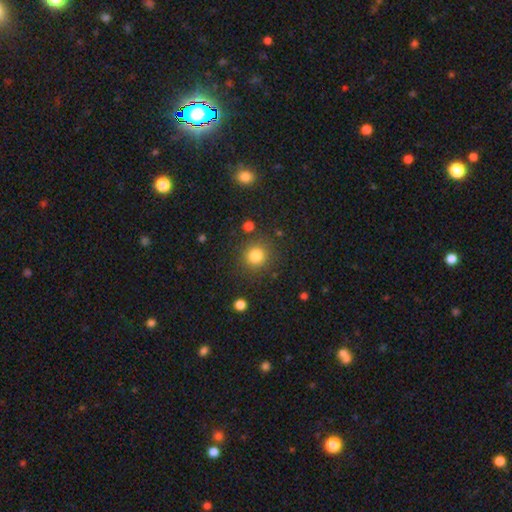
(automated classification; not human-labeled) Smooth or featured?
  - smooth: 82% *
  - star or artifact: 13%
  - featured or disk: 6%
How rounded?
  - round: 91% *
  - in between: 8%
  - cigar-shaped: 1%
Merging?
  - none: 86% *
  - minor disturbance: 8%
  - major disturbance: 3%
  - merger: 3%